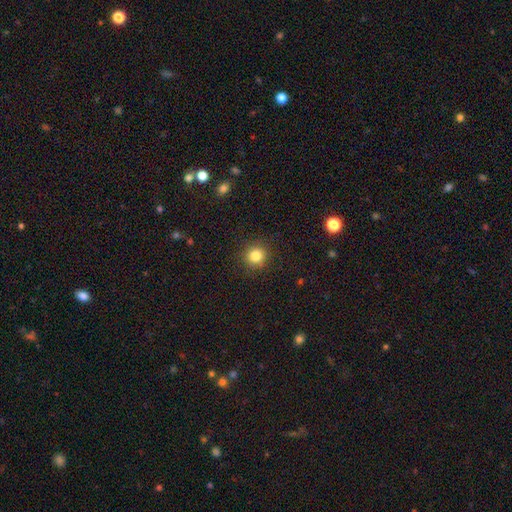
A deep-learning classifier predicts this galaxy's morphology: Smooth or featured? Predicted: smooth (p=0.83). How rounded? Predicted: round (p=0.91). Merging? Predicted: none (p=0.90).